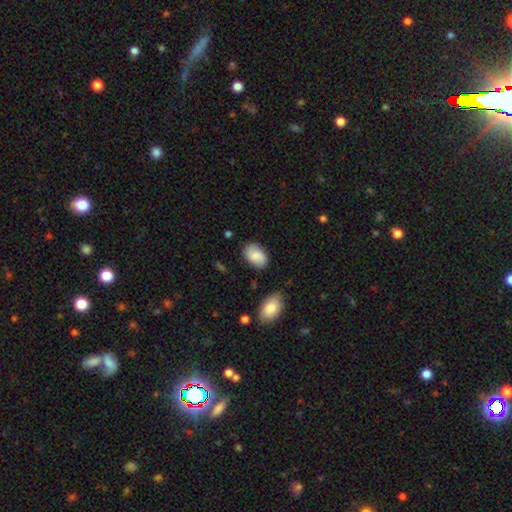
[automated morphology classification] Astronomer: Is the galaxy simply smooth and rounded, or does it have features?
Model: smooth — 83%.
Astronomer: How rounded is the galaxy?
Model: in between — 90%.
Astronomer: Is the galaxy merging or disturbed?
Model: none — 80%.